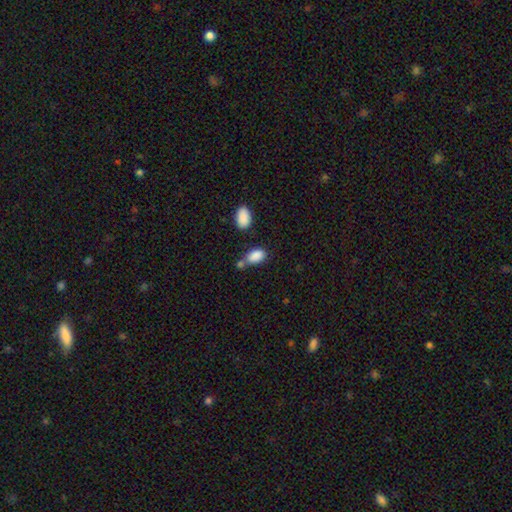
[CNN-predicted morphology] smooth 87%, star or artifact 8%, featured or disk 5%. Down the decision tree: how rounded — in between (91%); merging — none (52%).